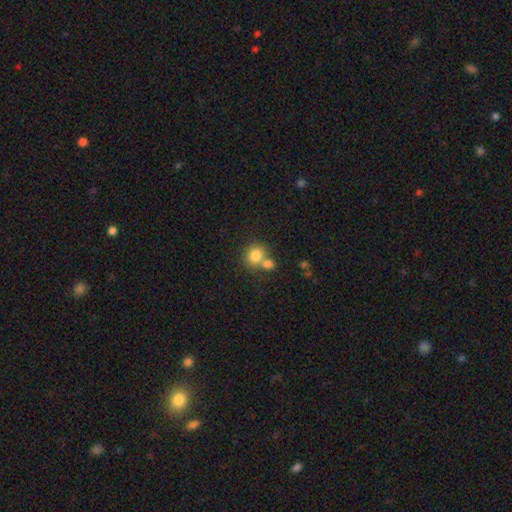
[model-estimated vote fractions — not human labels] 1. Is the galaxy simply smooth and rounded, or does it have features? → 80% smooth, 11% star or artifact, 10% featured or disk.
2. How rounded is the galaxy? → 74% round, 25% in between, 1% cigar-shaped.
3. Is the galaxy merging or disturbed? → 46% none, 42% merger, 9% minor disturbance, 3% major disturbance.